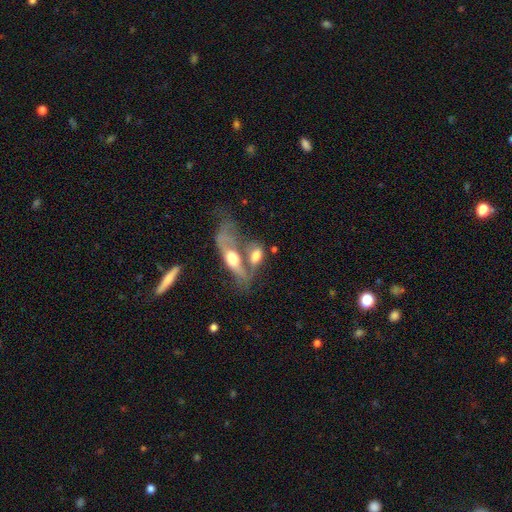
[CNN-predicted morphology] Smooth or featured?
  - smooth: 54% *
  - featured or disk: 39%
  - star or artifact: 8%
How rounded?
  - in between: 75% *
  - cigar-shaped: 18%
  - round: 7%
Merging?
  - merger: 62% *
  - none: 18%
  - major disturbance: 11%
  - minor disturbance: 9%